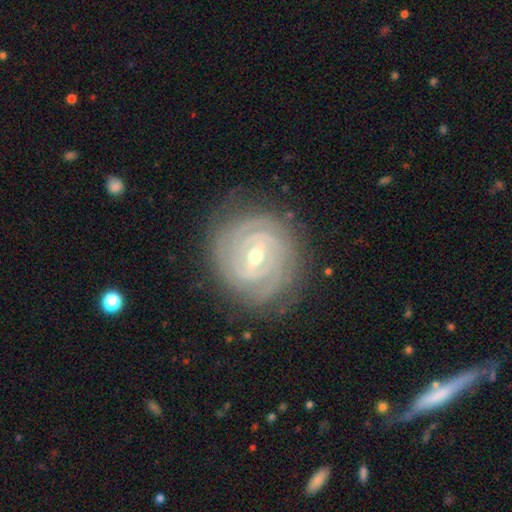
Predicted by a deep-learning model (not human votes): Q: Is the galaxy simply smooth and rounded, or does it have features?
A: featured or disk — 91%.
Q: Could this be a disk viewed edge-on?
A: no — 97%.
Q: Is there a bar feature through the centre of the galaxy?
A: weak — 46%.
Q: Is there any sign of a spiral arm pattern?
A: yes — 98%.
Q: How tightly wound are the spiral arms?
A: tight — 85%.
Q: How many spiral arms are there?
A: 3 — 25%.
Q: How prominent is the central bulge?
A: moderate — 50%.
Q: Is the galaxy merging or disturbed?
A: none — 83%.